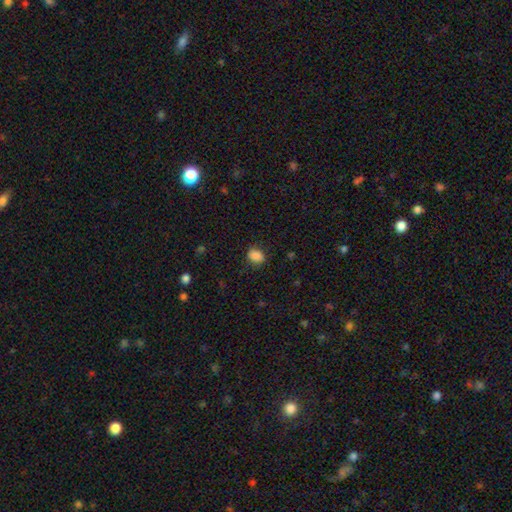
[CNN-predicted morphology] smooth_or_featured: smooth (p=0.86) [alt: star or artifact p=0.09]
how_rounded: in between (p=0.55) [alt: round p=0.44]
merging: none (p=0.79) [alt: minor disturbance p=0.16]